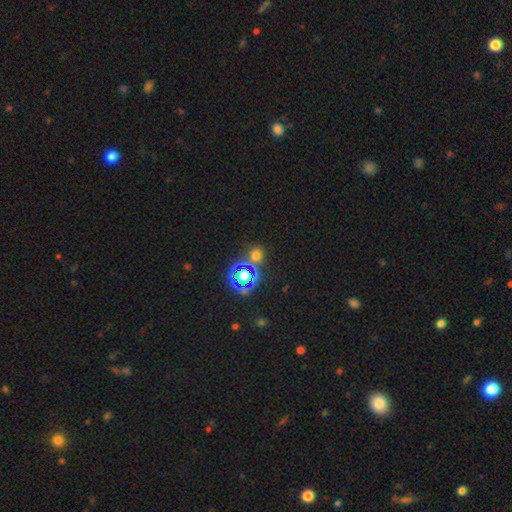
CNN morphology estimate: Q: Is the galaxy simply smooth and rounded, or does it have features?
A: smooth — 56%.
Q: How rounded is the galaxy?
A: round — 83%.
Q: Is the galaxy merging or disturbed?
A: none — 70%.